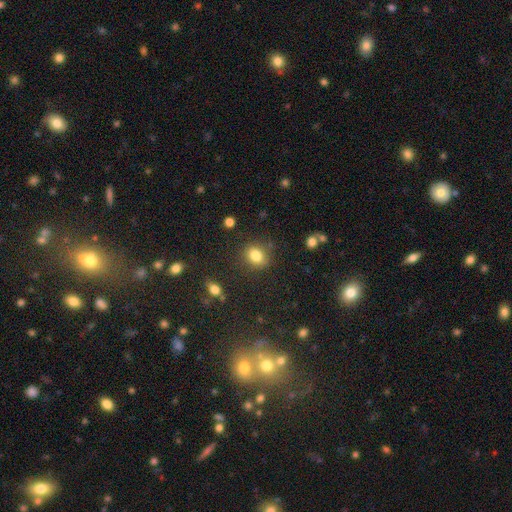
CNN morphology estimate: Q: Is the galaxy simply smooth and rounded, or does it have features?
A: smooth — 83%.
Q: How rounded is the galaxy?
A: round — 54%.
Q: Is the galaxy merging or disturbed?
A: none — 78%.